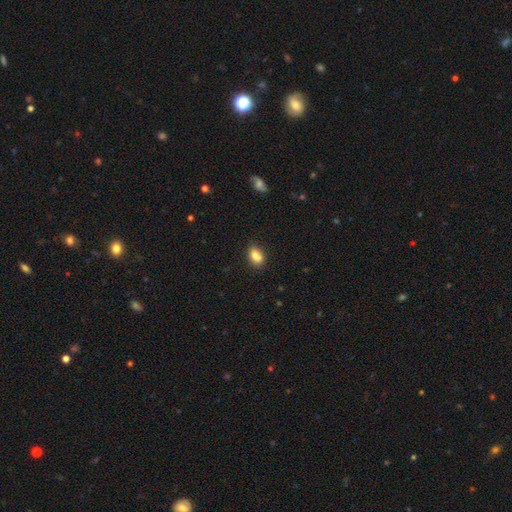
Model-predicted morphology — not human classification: Overall: smooth (84%). How rounded: in between (84%). Merging: none (78%).